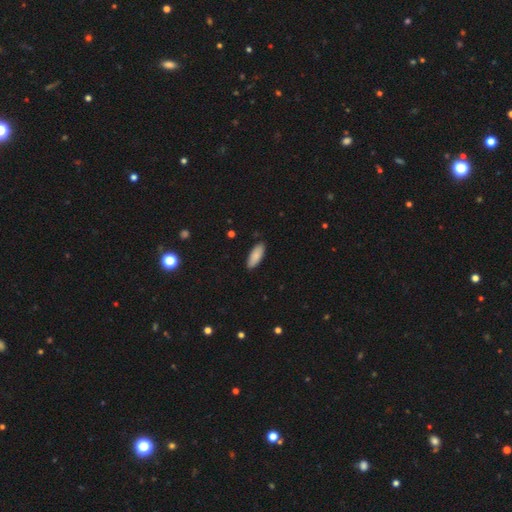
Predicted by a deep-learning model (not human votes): A smooth galaxy with no disk features (87%) that is in between round and cigar-shaped (78%).

Vote fractions:
- Smooth or featured? smooth: 87% / featured or disk: 7% / star or artifact: 6%
- How rounded? in between: 78% / cigar-shaped: 20% / round: 2%
- Merging? none: 87% / minor disturbance: 10% / major disturbance: 2% / merger: 1%